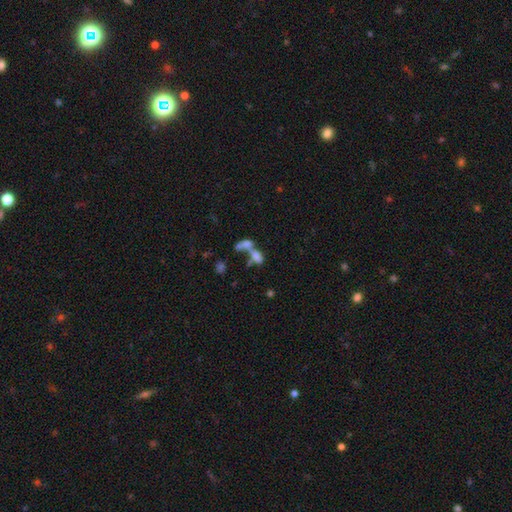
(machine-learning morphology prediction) smooth-or-featured: smooth: 59% | featured or disk: 25% | star or artifact: 16%
  how-rounded: in between: 77% | cigar-shaped: 13% | round: 10%
  merging: merger: 64% | none: 18% | major disturbance: 11% | minor disturbance: 7%